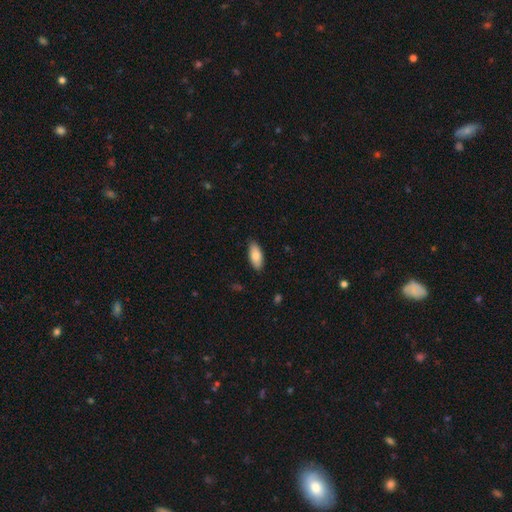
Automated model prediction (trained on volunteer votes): This is clearly a smooth galaxy (82%). How rounded: clearly in between (86%). Merging: clearly none (88%).